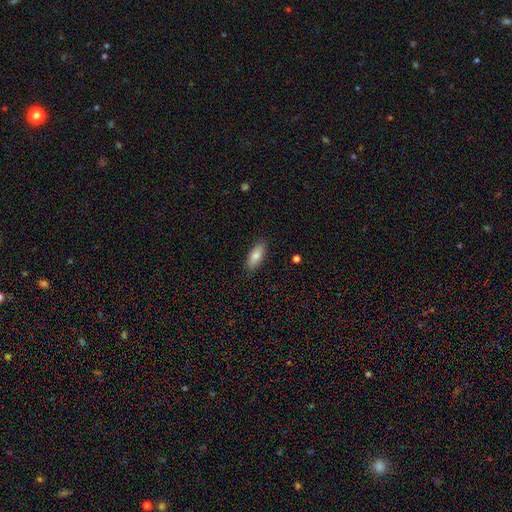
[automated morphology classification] The model was most divided on "how rounded": in between: 72%, cigar-shaped: 26%, round: 2%. More confident: merging — none (88%); smooth or featured — smooth (80%).